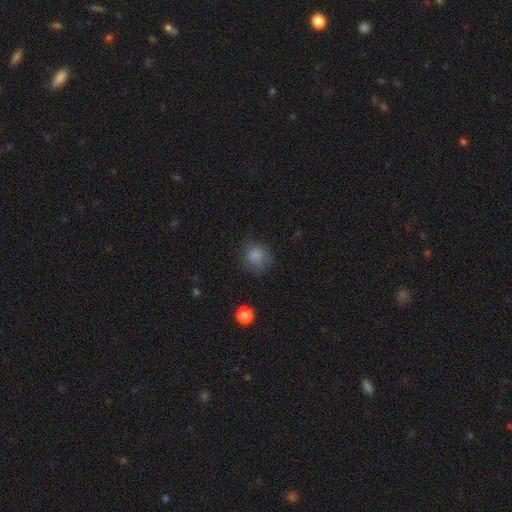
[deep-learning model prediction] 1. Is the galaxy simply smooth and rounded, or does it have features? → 80% smooth, 11% star or artifact, 9% featured or disk.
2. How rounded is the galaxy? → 80% round, 19% in between, 1% cigar-shaped.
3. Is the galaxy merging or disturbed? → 65% none, 22% minor disturbance, 11% major disturbance, 2% merger.